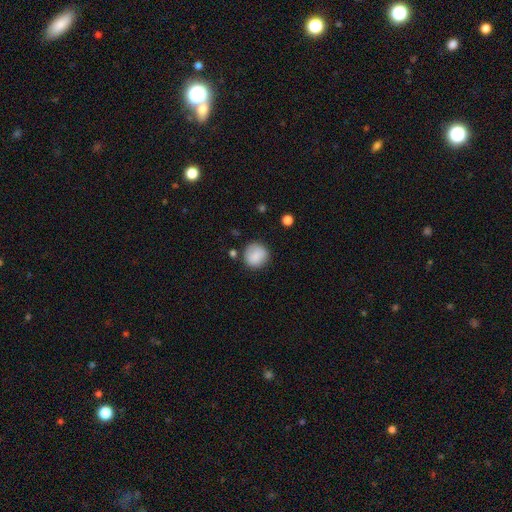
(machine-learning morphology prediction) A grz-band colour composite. It shows a smooth galaxy with no disk features (86%) that is round (91%). Merging: none (80%).